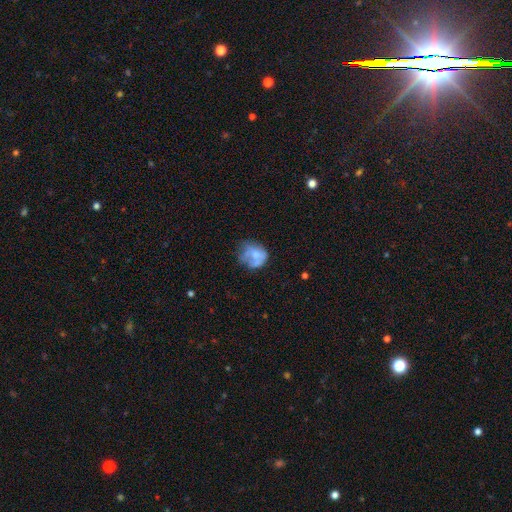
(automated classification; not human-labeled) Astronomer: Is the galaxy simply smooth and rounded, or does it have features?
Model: smooth — 56% (runner-up: featured or disk, 34%).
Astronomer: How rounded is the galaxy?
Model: round — 62%.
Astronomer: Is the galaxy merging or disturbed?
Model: none — 40% (runner-up: minor disturbance, 30%).